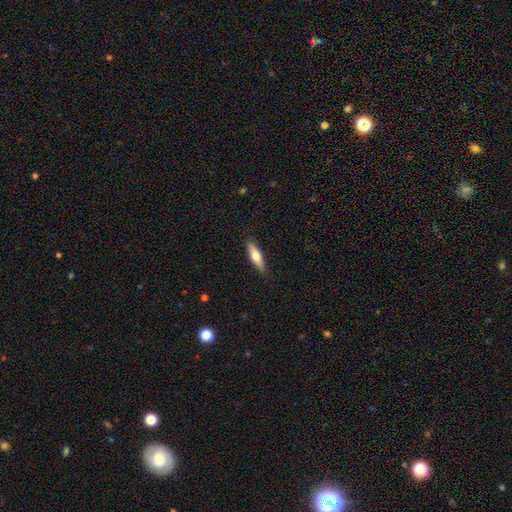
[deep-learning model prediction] smooth 66%, featured or disk 28%, star or artifact 6%. Down the decision tree: how rounded — cigar-shaped (59%); merging — none (89%).